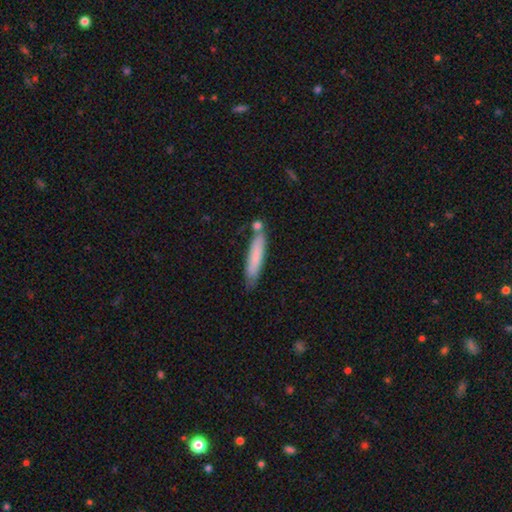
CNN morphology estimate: The model was most divided on "merging": none: 71%, minor disturbance: 16%, merger: 9%, major disturbance: 3%. More confident: how rounded — cigar-shaped (89%); smooth or featured — smooth (75%).